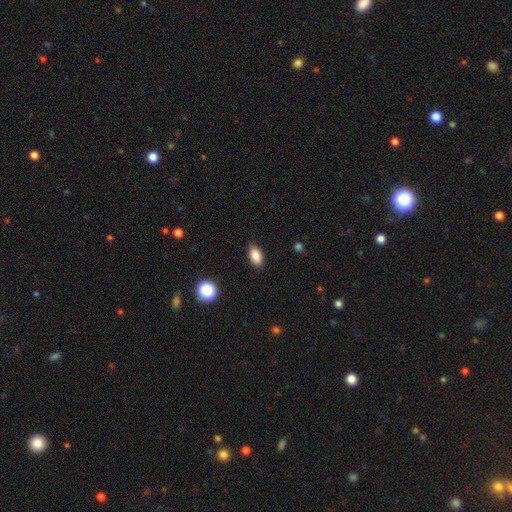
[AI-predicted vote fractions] Smooth or featured?
  - smooth: 86% *
  - star or artifact: 9%
  - featured or disk: 5%
How rounded?
  - in between: 90% *
  - round: 7%
  - cigar-shaped: 3%
Merging?
  - none: 86% *
  - minor disturbance: 10%
  - major disturbance: 2%
  - merger: 1%